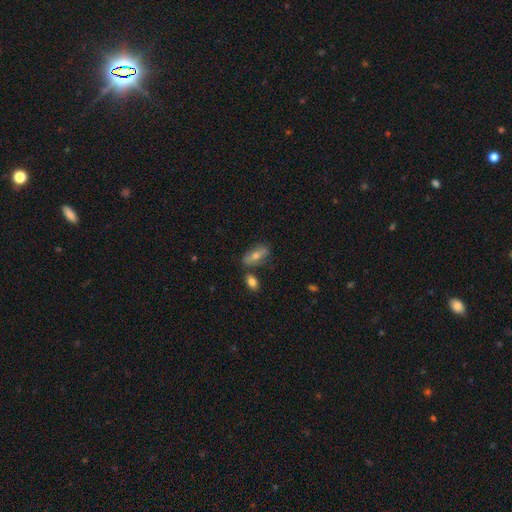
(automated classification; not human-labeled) Morphology: type=smooth (57%); roundness=in between (75%); merging=none (75%).